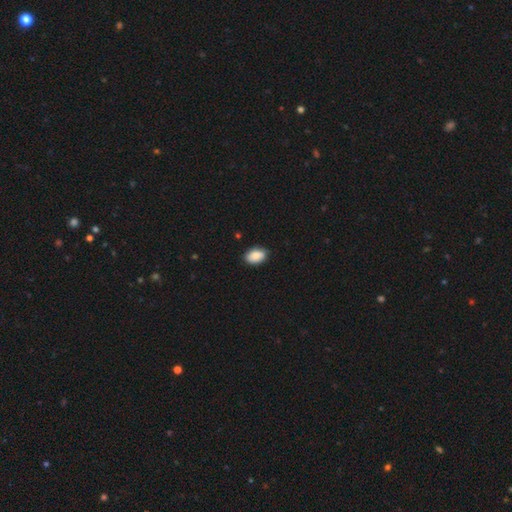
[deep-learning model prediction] smooth 87%, star or artifact 7%, featured or disk 6%. Down the decision tree: how rounded — in between (89%); merging — none (85%).